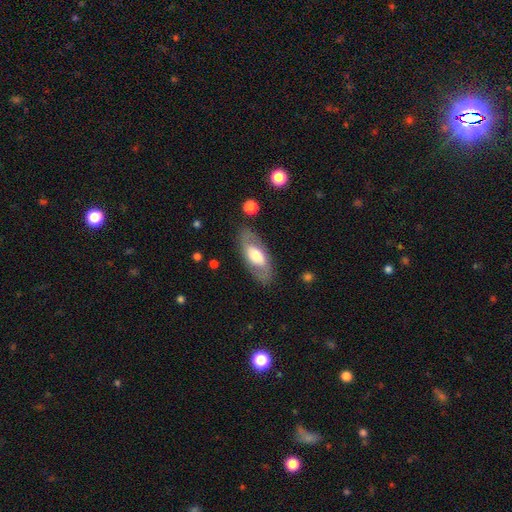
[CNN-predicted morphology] A featured or disk galaxy (48%).

Vote fractions:
- Smooth or featured? featured or disk: 48% / smooth: 47% / star or artifact: 6%
- Merging? none: 81% / minor disturbance: 12% / major disturbance: 5% / merger: 1%